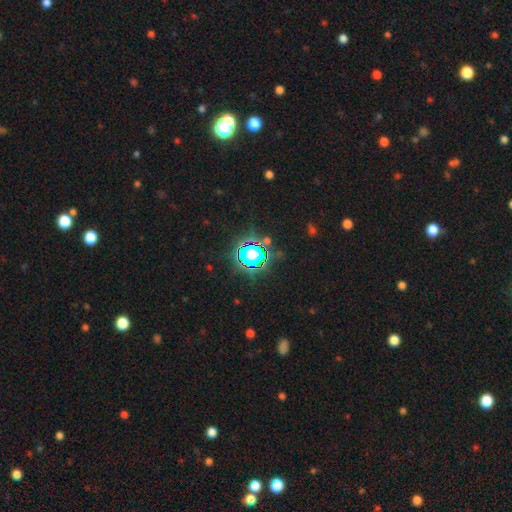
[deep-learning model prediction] star or artifact 75%, smooth 17%, featured or disk 8%.